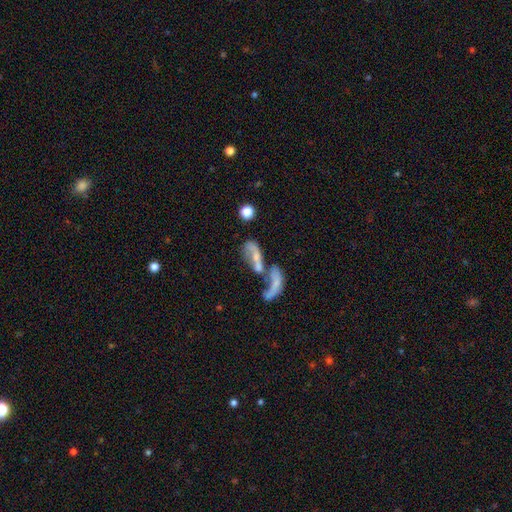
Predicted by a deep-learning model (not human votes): Smooth or featured? featured or disk (50%)
Edge-on disk? no (87%)
Merging? merger (67%)